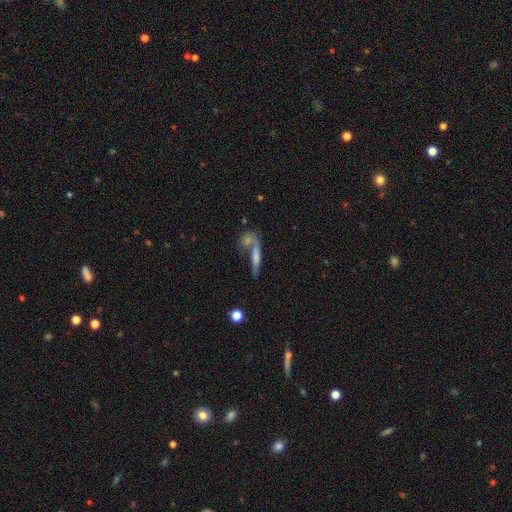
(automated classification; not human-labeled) Smooth or featured?
  - smooth: 55% *
  - featured or disk: 36%
  - star or artifact: 9%
How rounded?
  - cigar-shaped: 79% *
  - in between: 17%
  - round: 4%
Merging?
  - none: 43% *
  - merger: 39%
  - minor disturbance: 11%
  - major disturbance: 7%